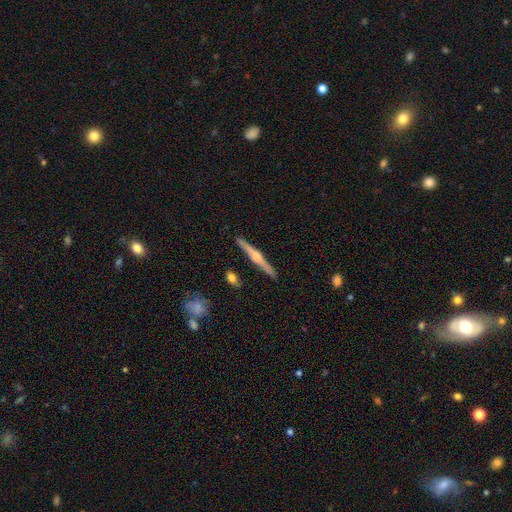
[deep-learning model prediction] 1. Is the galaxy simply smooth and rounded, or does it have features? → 75% featured or disk, 19% smooth, 5% star or artifact.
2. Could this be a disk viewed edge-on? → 98% yes, 2% no.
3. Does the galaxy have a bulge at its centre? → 88% rounded, 6% boxy, 6% none.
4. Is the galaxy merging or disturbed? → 91% none, 6% minor disturbance, 2% merger, 1% major disturbance.